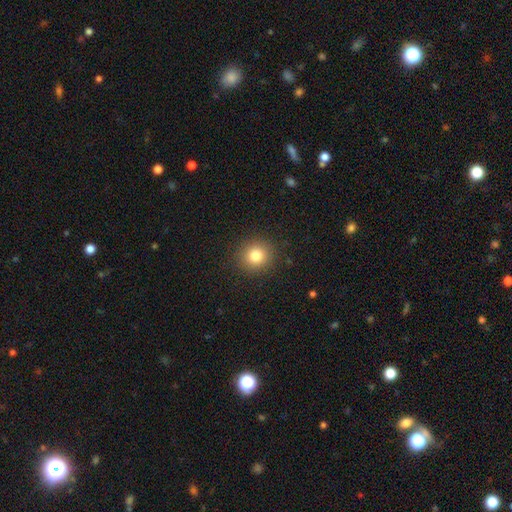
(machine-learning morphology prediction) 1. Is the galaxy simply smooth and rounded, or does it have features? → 81% smooth, 12% star or artifact, 7% featured or disk.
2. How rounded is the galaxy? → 89% round, 10% in between, 1% cigar-shaped.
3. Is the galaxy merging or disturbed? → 90% none, 6% minor disturbance, 2% major disturbance, 1% merger.